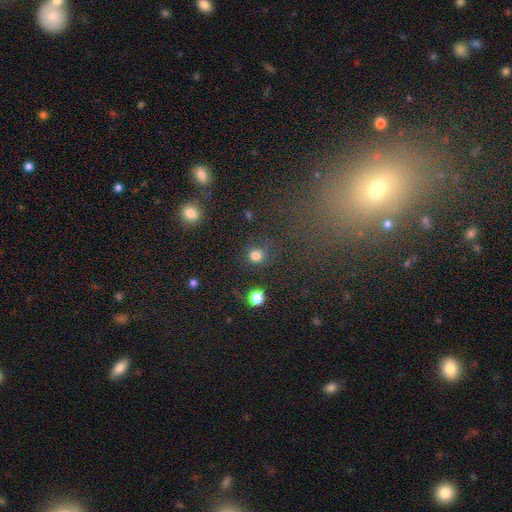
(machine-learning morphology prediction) Smooth or featured: smooth — 80% (star or artifact — 16%)
How rounded: round — 92% (in between — 7%)
Merging: none — 83% (minor disturbance — 9%)